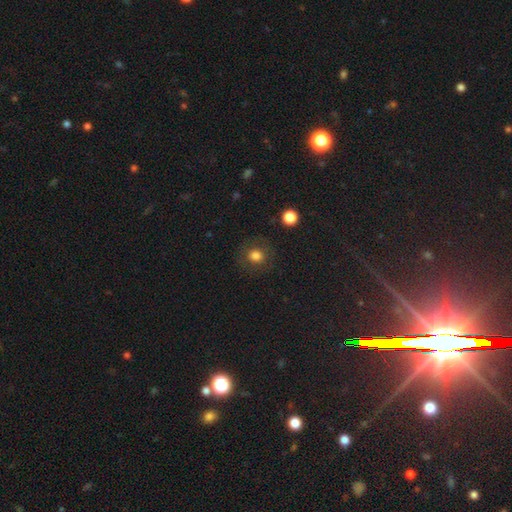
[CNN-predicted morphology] A smooth galaxy with no disk features (78%) that is round (86%). Merging: none (84%).